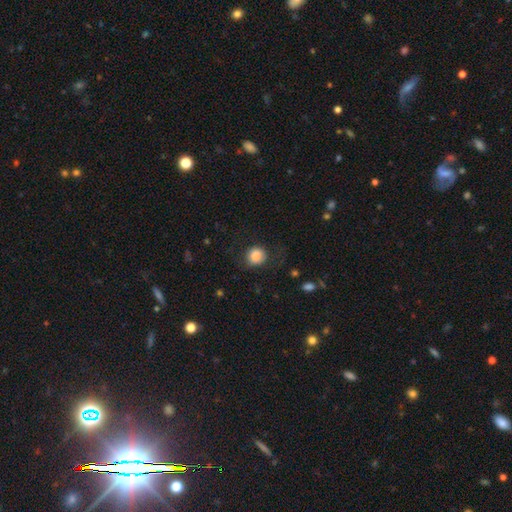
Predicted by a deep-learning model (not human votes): Morphology: type=smooth (83%); roundness=round (80%); merging=none (77%).